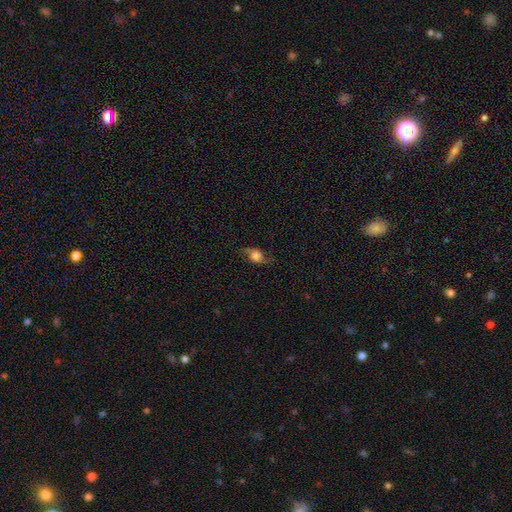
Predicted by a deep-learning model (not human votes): This is possibly a smooth galaxy (55%). How rounded: possibly in between (59%). Merging: likely none (67%).